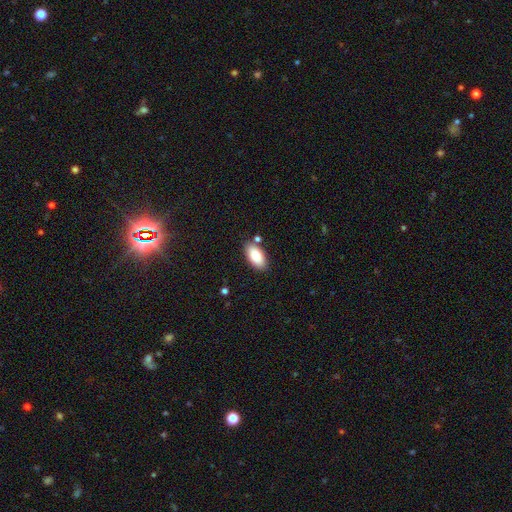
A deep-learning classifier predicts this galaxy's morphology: A smooth galaxy with no disk features (86%) that is in between round and cigar-shaped (93%).

Vote fractions:
- Smooth or featured? smooth: 86% / featured or disk: 8% / star or artifact: 7%
- How rounded? in between: 93% / cigar-shaped: 5% / round: 2%
- Merging? none: 82% / minor disturbance: 11% / merger: 5% / major disturbance: 2%